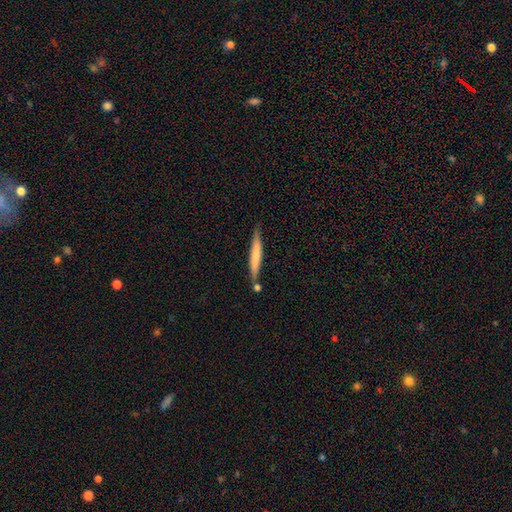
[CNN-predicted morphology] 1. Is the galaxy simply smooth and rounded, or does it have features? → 65% smooth, 30% featured or disk, 5% star or artifact.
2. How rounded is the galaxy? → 95% cigar-shaped, 4% in between, 1% round.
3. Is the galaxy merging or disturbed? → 72% none, 15% minor disturbance, 10% merger, 3% major disturbance.